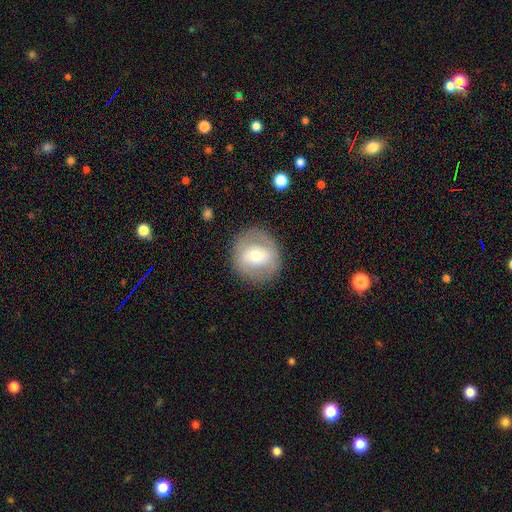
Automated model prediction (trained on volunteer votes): This is possibly a smooth galaxy (51%). How rounded: clearly round (83%). Merging: clearly none (84%).